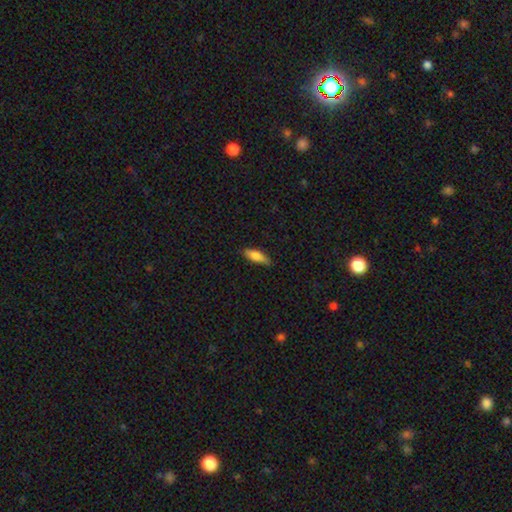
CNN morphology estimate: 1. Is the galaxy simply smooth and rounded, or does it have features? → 78% smooth, 16% featured or disk, 6% star or artifact.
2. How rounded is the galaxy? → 50% in between, 48% cigar-shaped, 2% round.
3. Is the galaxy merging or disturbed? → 84% none, 13% minor disturbance, 2% major disturbance, 1% merger.